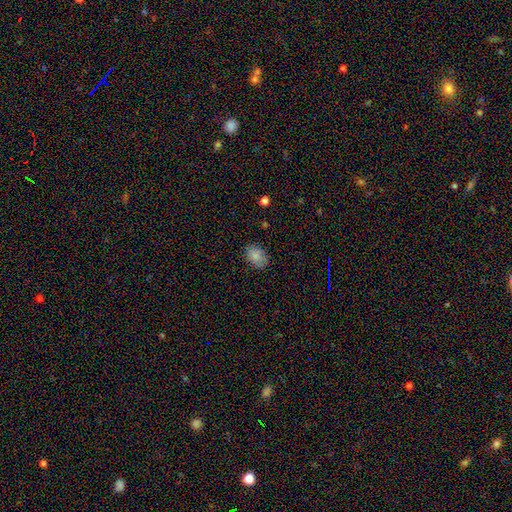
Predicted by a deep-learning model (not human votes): This is clearly a smooth galaxy (85%). How rounded: likely in between (74%). Merging: clearly none (84%).